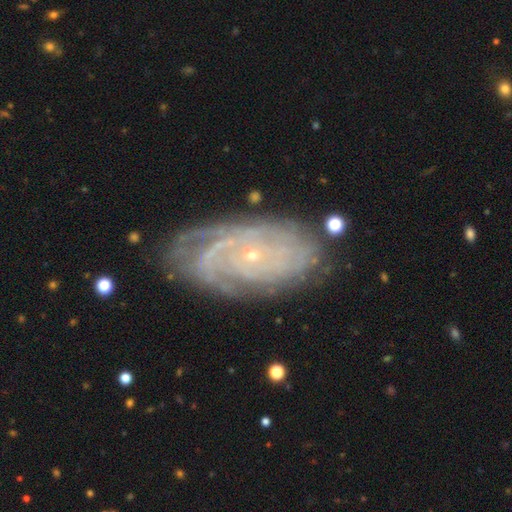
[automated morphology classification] Smooth or featured? Predicted: featured or disk (p=0.86). Edge-on disk? Predicted: no (p=0.95). Bar? Predicted: no (p=0.79). Spiral arms? Predicted: yes (p=0.96). Spiral winding? Predicted: tight (p=0.78). Spiral arm count? Predicted: can't tell (p=0.32). Bulge size? Predicted: small (p=0.88). Merging? Predicted: none (p=0.73).